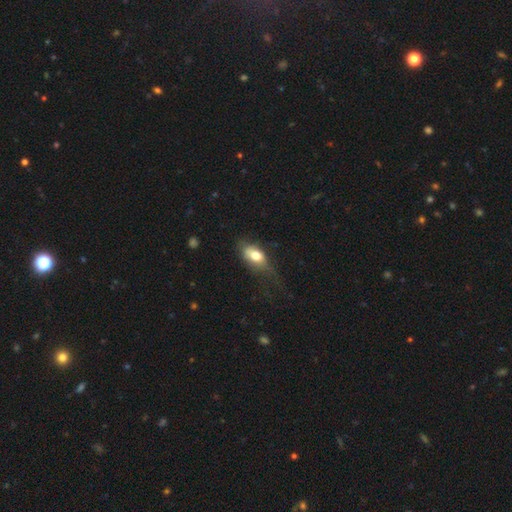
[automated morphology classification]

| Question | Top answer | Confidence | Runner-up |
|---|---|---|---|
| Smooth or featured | smooth | 72% | featured or disk (20%) |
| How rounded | in between | 86% | round (9%) |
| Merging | none | 44% | minor disturbance (32%) |